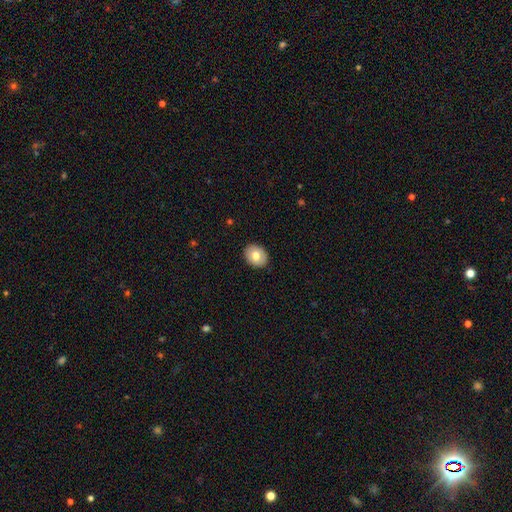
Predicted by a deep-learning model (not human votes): The model was most divided on "how rounded": round: 53%, in between: 47%, cigar-shaped: 1%. More confident: merging — none (90%); smooth or featured — smooth (72%).